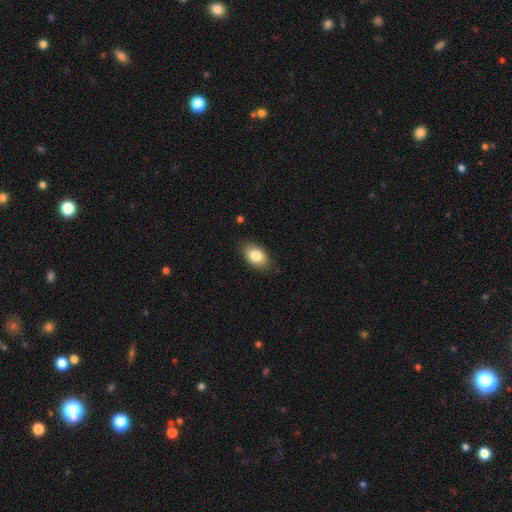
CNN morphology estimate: smooth-or-featured: smooth: 83% | featured or disk: 10% | star or artifact: 7%
  how-rounded: in between: 90% | round: 8% | cigar-shaped: 2%
  merging: none: 82% | minor disturbance: 14% | major disturbance: 3% | merger: 1%